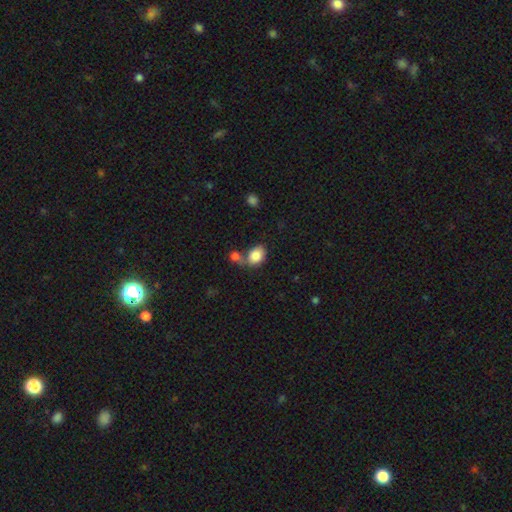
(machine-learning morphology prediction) smooth_or_featured: smooth (p=0.85) [alt: star or artifact p=0.08]
how_rounded: in between (p=0.71) [alt: round p=0.28]
merging: none (p=0.46) [alt: merger p=0.34]